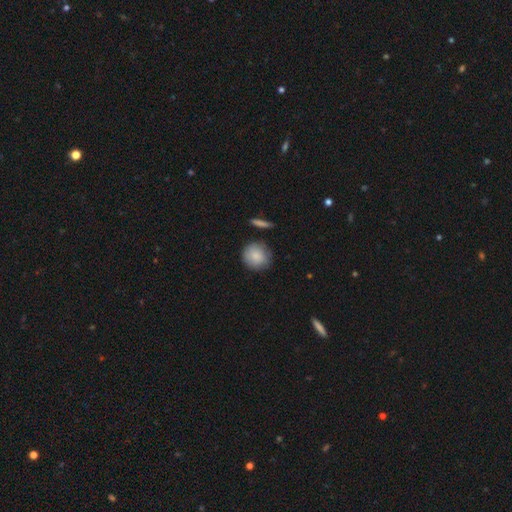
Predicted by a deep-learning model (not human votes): This appears to be a smooth galaxy with no disk features (85%) that is round (89%). Merging: none (79%).